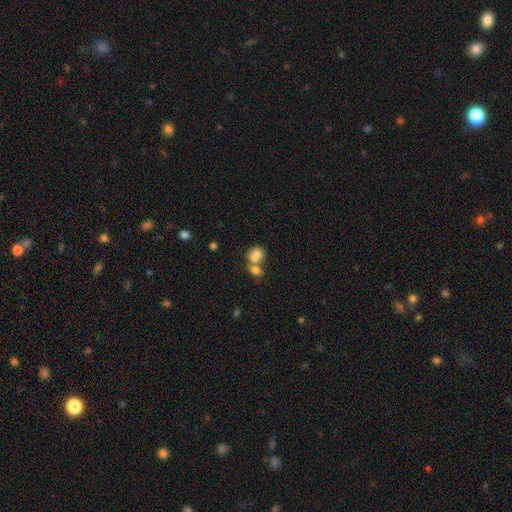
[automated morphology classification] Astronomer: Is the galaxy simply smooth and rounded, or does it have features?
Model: smooth — 77%.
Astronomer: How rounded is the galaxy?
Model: in between — 54% (runner-up: round, 45%).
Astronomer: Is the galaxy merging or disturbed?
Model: merger — 62%.